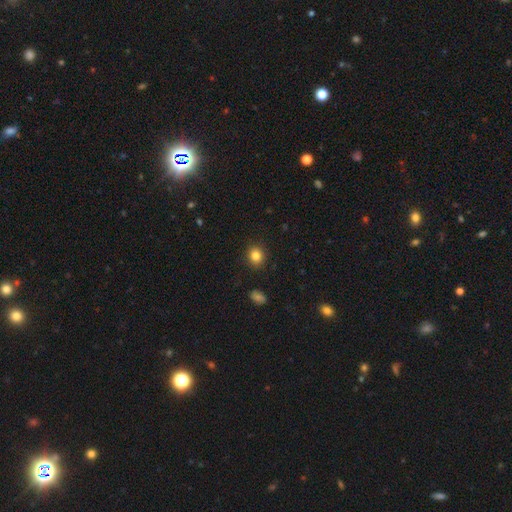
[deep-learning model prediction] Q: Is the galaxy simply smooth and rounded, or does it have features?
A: smooth — 83%.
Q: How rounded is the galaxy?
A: round — 82%.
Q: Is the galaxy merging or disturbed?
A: none — 91%.